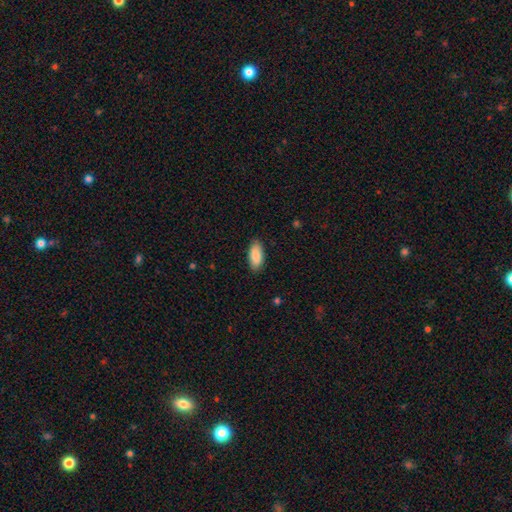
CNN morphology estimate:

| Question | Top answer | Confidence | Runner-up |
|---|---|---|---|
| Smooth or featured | smooth | 89% | star or artifact (6%) |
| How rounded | in between | 86% | cigar-shaped (12%) |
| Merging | none | 87% | minor disturbance (10%) |